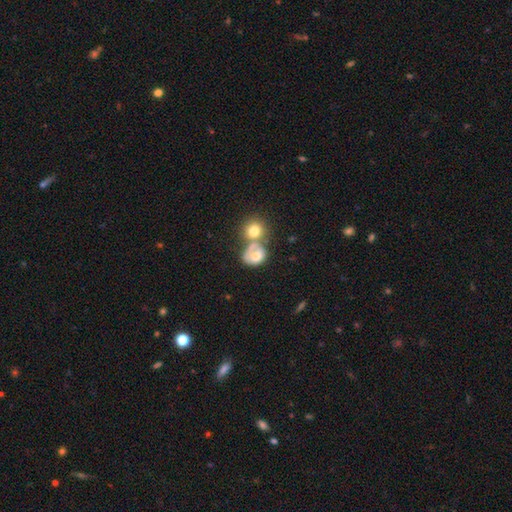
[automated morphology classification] Smooth or featured? smooth (66%)
How rounded? round (51%)
Merging? merger (51%)